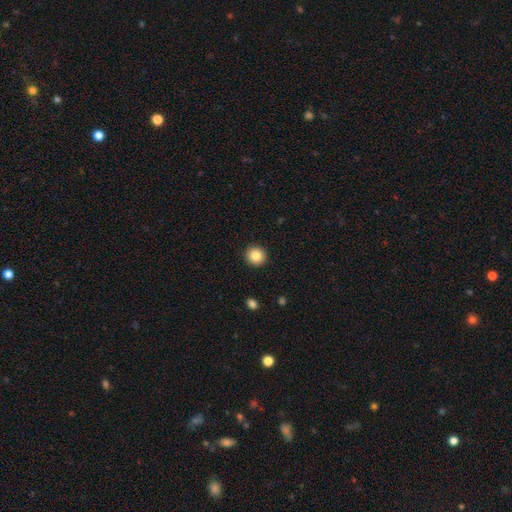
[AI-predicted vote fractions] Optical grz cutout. It shows a smooth galaxy with no disk features (84%) that is round (94%). Merging: none (93%).